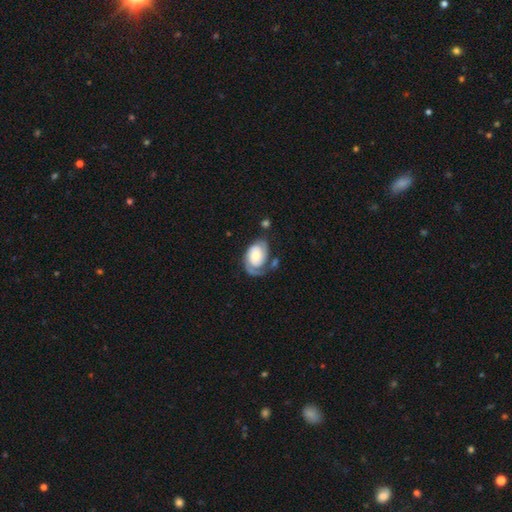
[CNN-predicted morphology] This appears to be a featured or disk galaxy (72%) with no bar (67%), 2 (50%) tight (56%) spiral arms (92%) and a moderate central bulge (32%). Merging: none (46%).